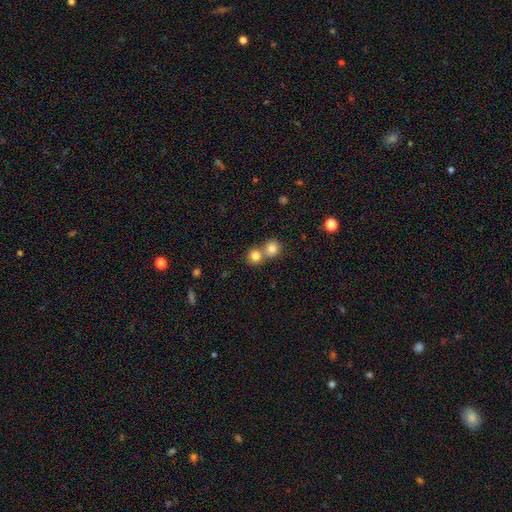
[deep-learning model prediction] Smooth or featured?
  - smooth: 82% *
  - star or artifact: 11%
  - featured or disk: 7%
How rounded?
  - round: 86% *
  - in between: 13%
  - cigar-shaped: 1%
Merging?
  - merger: 47% *
  - none: 45%
  - minor disturbance: 5%
  - major disturbance: 2%